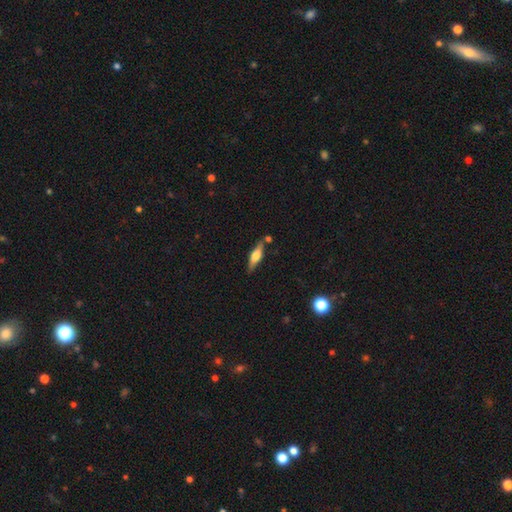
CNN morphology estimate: Smooth or featured: featured or disk — 53% (smooth — 40%)
Edge-on disk: yes — 93% (no — 7%)
Merging: none — 78% (minor disturbance — 13%)